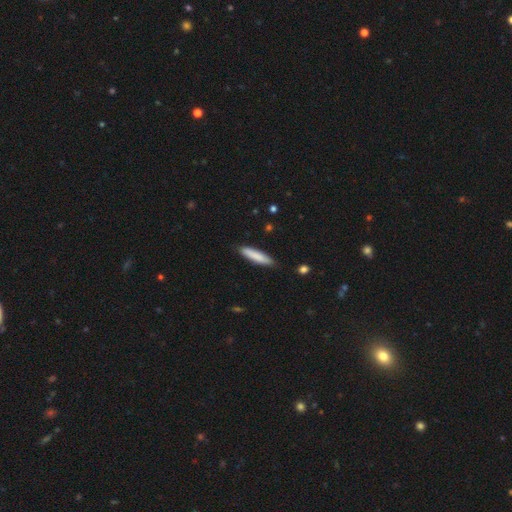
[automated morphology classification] Smooth or featured? smooth (83%)
How rounded? cigar-shaped (84%)
Merging? none (86%)